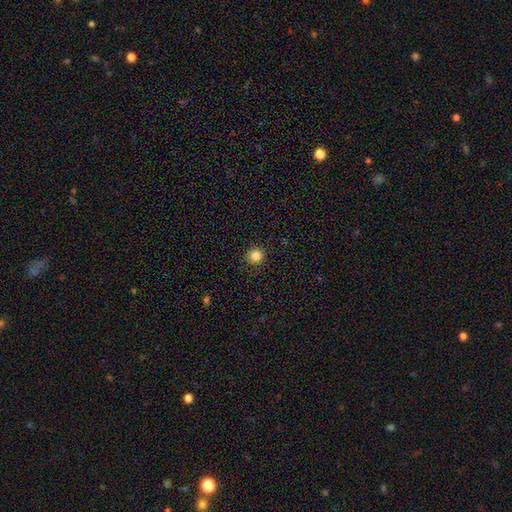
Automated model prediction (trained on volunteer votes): smooth 84%, star or artifact 11%, featured or disk 4%. Down the decision tree: how rounded — round (89%); merging — none (89%).